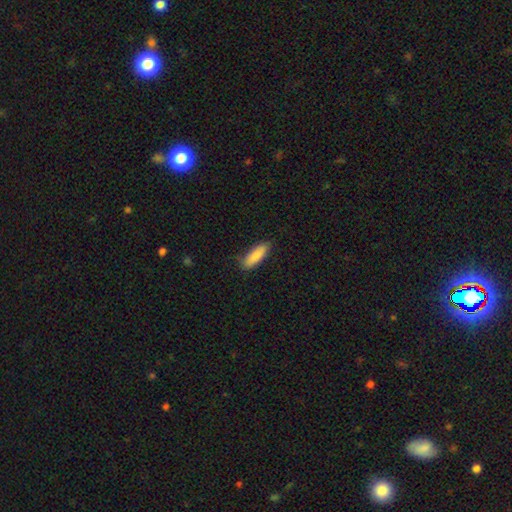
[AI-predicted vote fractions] Smooth or featured? Predicted: smooth (p=0.87). How rounded? Predicted: in between (p=0.53). Merging? Predicted: none (p=0.80).